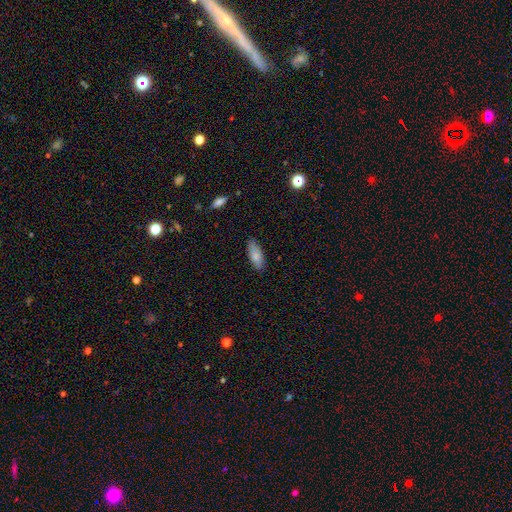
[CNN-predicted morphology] smooth_or_featured: smooth (p=0.81) [alt: featured or disk p=0.12]
how_rounded: in between (p=0.72) [alt: cigar-shaped p=0.26]
merging: none (p=0.84) [alt: minor disturbance p=0.13]